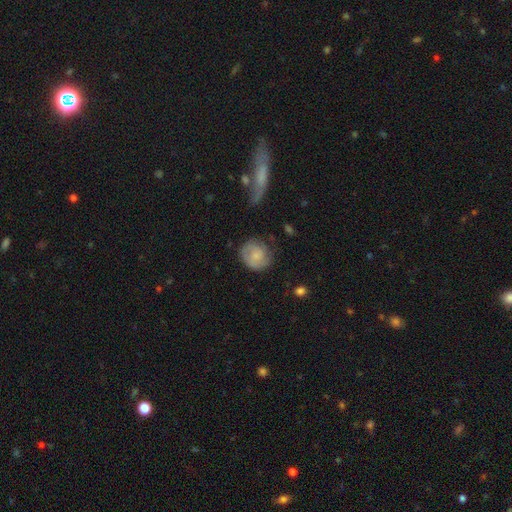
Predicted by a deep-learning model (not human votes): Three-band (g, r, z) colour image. It shows a smooth galaxy with no disk features (52%) that is round (80%). Merging: none (67%).